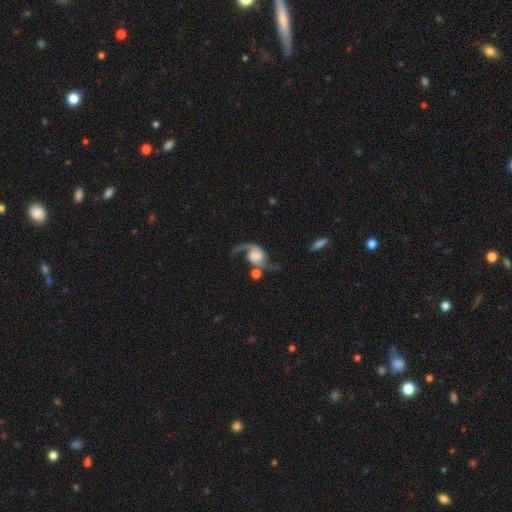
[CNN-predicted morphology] smooth_or_featured: featured or disk (p=0.81) [alt: smooth p=0.12]
disk_edge_on: no (p=0.97) [alt: yes p=0.03]
bar: no (p=0.68) [alt: weak p=0.26]
has_spiral_arms: yes (p=0.95) [alt: no p=0.05]
spiral_winding: loose (p=0.74) [alt: medium p=0.21]
spiral_arm_count: 2 (p=0.73) [alt: 1 p=0.22]
bulge_size: large (p=0.28) [alt: none p=0.22]
merging: none (p=0.46) [alt: major disturbance p=0.23]